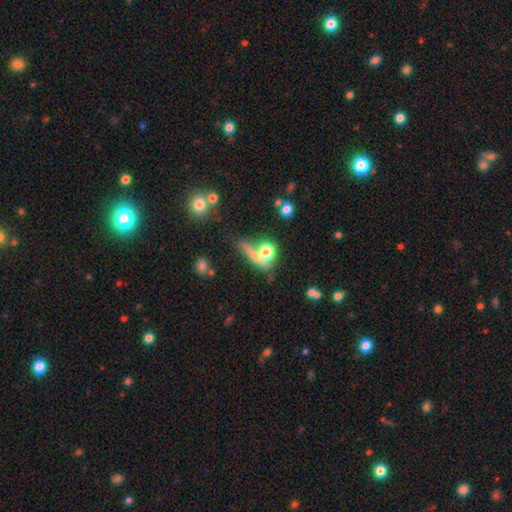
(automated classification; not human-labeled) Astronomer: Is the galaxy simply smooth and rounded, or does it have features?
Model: smooth — 59%.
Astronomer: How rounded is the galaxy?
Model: round — 38%, tied with cigar-shaped at 38%.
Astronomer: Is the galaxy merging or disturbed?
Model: none — 55%.